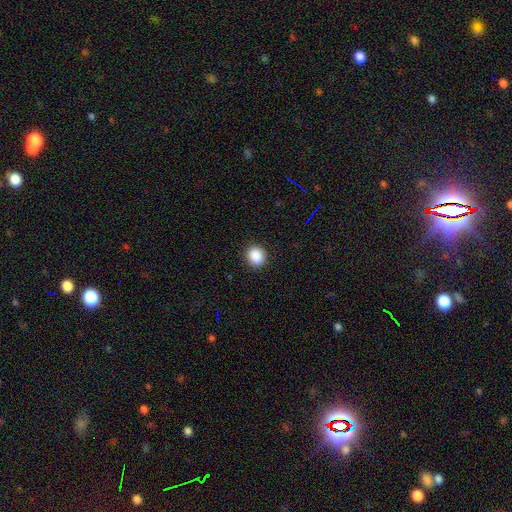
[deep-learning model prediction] Smooth or featured: smooth — 89% (star or artifact — 9%)
How rounded: round — 77% (in between — 22%)
Merging: none — 91% (minor disturbance — 6%)